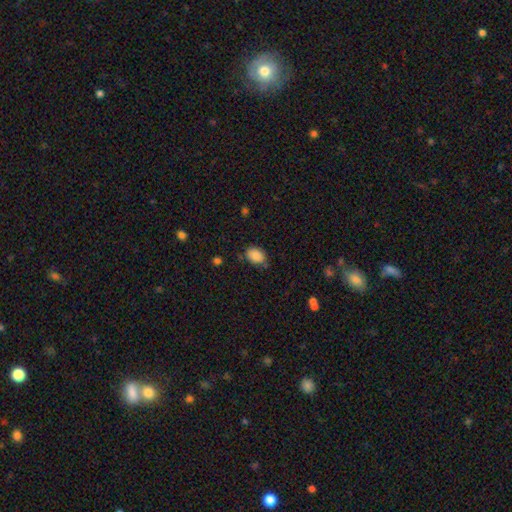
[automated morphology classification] A smooth galaxy with no disk features (86%) that is in between round and cigar-shaped (79%).

Vote fractions:
- Smooth or featured? smooth: 86% / star or artifact: 8% / featured or disk: 6%
- How rounded? in between: 79% / round: 20% / cigar-shaped: 1%
- Merging? none: 71% / minor disturbance: 22% / major disturbance: 4% / merger: 3%